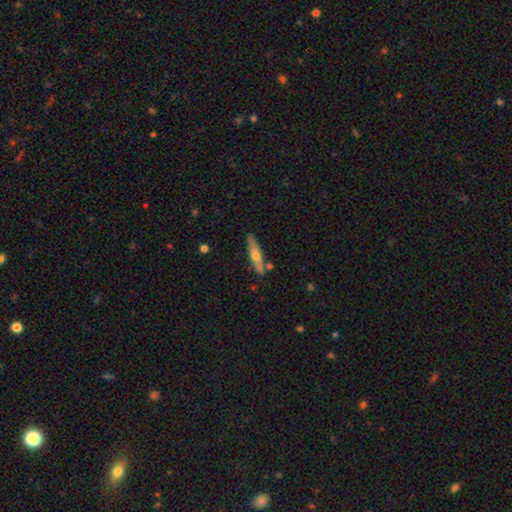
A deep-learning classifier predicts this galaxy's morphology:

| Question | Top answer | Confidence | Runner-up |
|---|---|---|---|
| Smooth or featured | smooth | 48% | featured or disk (46%) |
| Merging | none | 81% | minor disturbance (12%) |